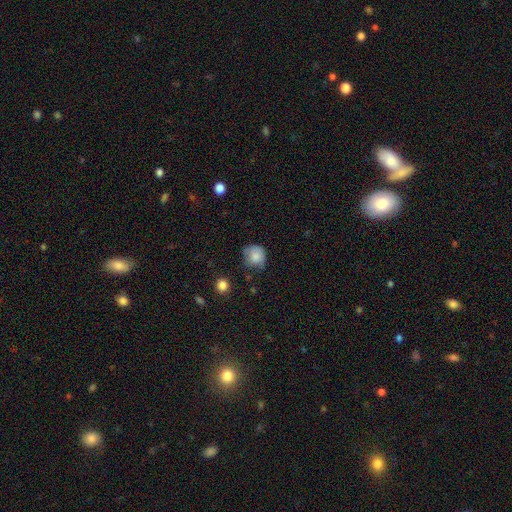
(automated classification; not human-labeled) This is likely a smooth galaxy (79%). How rounded: clearly round (82%). Merging: possibly none (52%).